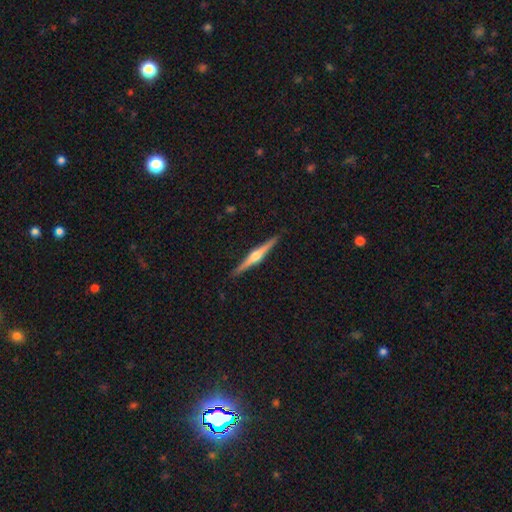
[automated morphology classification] This is clearly a featured or disk galaxy (80%). It is clearly viewed edge-on (98%). Edge-on bulge: clearly rounded (92%). Merging: clearly none (91%).